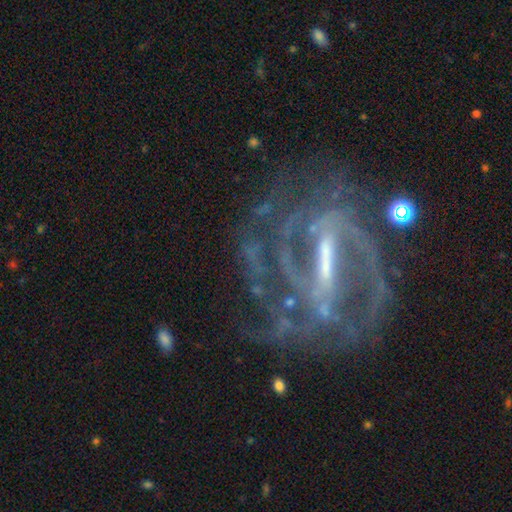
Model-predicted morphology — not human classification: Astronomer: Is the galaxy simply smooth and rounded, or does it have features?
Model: featured or disk — 89%.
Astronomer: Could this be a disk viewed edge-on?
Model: no — 95%.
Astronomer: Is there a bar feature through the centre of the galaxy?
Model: strong — 69%.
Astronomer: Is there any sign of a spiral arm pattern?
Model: yes — 93%.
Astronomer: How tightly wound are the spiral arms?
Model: tight — 48% (runner-up: medium, 40%).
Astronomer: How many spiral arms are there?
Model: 2 — 34% (runner-up: can't tell, 26%).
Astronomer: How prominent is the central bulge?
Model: small — 44% (runner-up: moderate, 29%).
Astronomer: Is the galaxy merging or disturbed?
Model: none — 64%.